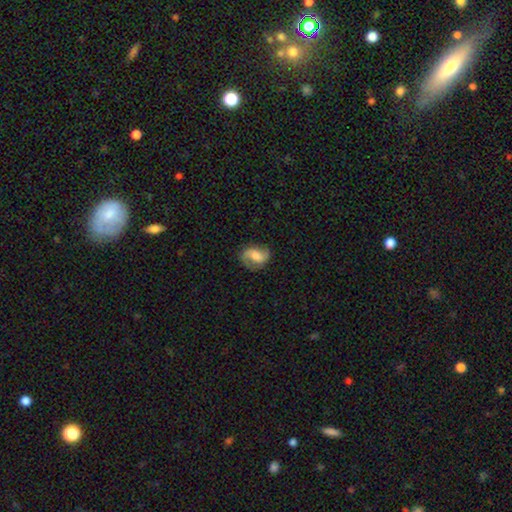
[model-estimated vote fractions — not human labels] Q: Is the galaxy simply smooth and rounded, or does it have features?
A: featured or disk — 69%.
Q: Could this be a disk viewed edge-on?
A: no — 97%.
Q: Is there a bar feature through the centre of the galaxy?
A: weak — 45%.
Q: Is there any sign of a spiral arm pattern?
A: yes — 94%.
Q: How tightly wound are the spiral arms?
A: medium — 43%.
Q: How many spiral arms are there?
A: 2 — 88%.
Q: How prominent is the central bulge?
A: moderate — 35%.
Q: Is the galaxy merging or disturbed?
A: none — 77%.